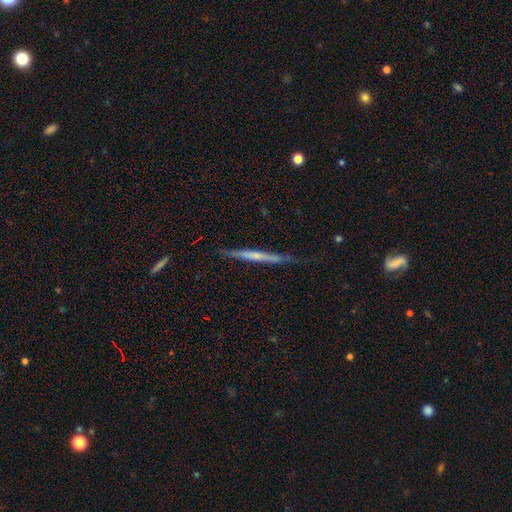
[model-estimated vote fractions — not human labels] Smooth or featured? Predicted: featured or disk (p=0.58). Edge-on disk? Predicted: yes (p=0.95). Edge-on bulge? Predicted: none (p=0.64). Merging? Predicted: none (p=0.75).